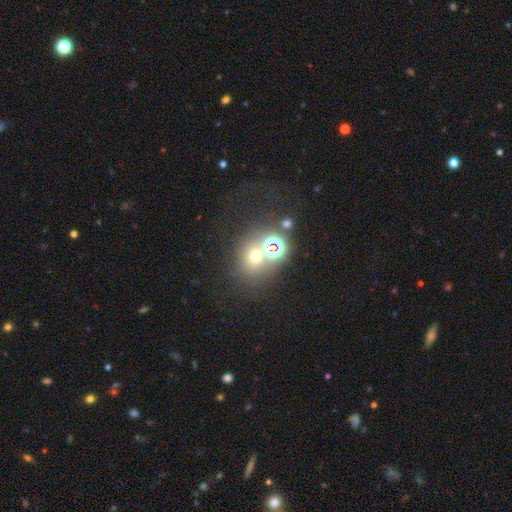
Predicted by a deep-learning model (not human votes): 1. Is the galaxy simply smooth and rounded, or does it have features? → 54% smooth, 35% star or artifact, 11% featured or disk.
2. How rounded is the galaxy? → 79% round, 20% in between, 1% cigar-shaped.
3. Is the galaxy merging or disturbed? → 60% none, 25% merger, 9% minor disturbance, 6% major disturbance.